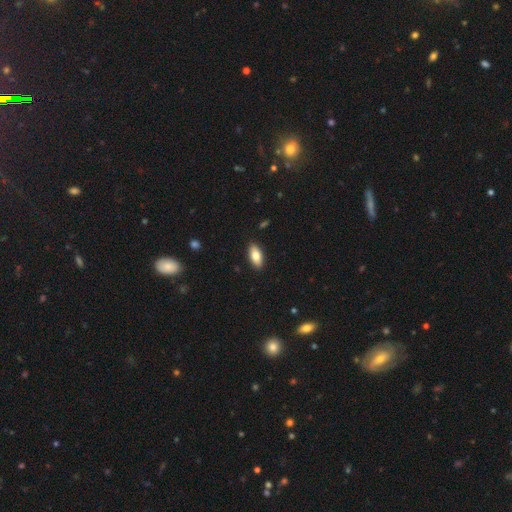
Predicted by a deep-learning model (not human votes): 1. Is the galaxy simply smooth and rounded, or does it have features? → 80% smooth, 13% featured or disk, 7% star or artifact.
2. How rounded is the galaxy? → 87% in between, 10% cigar-shaped, 3% round.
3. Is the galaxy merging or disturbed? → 88% none, 9% minor disturbance, 2% major disturbance, 1% merger.